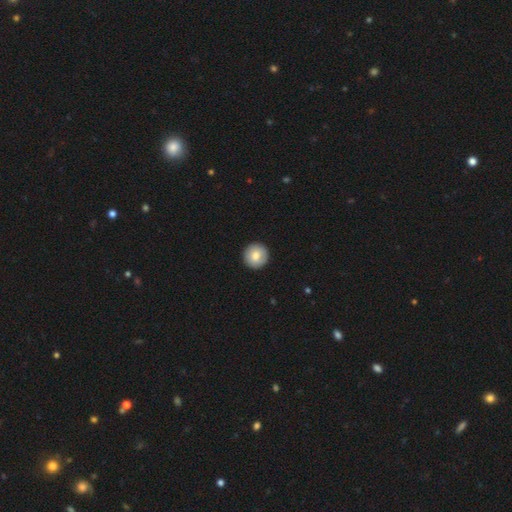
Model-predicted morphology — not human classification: smooth_or_featured: smooth (p=0.82) [alt: featured or disk p=0.11]
how_rounded: round (p=0.97) [alt: in between p=0.02]
merging: none (p=0.93) [alt: minor disturbance p=0.05]